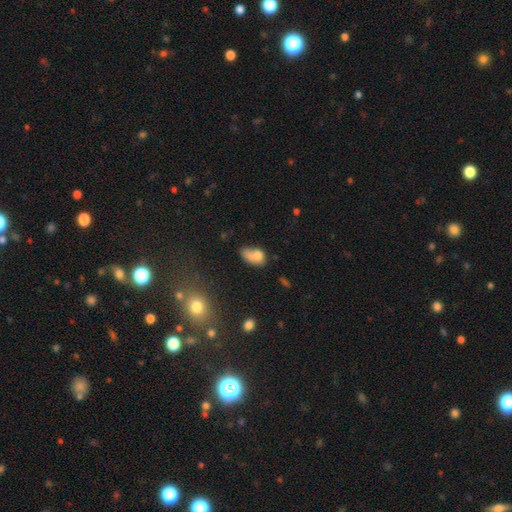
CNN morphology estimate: A smooth galaxy with no disk features (70%) that is in between round and cigar-shaped (85%). Merging: merger (39%).